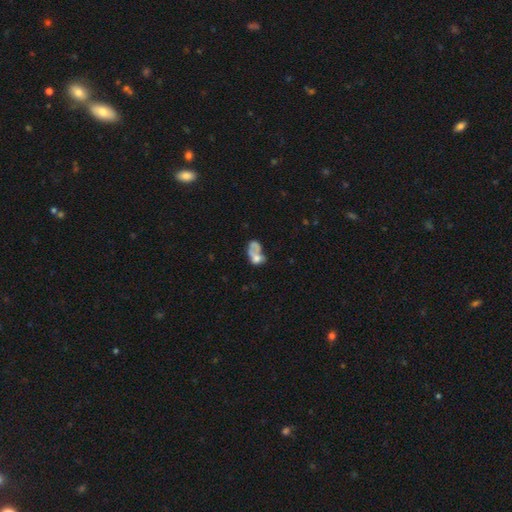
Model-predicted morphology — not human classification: Smooth or featured? smooth (51%)
How rounded? in between (77%)
Merging? merger (44%)